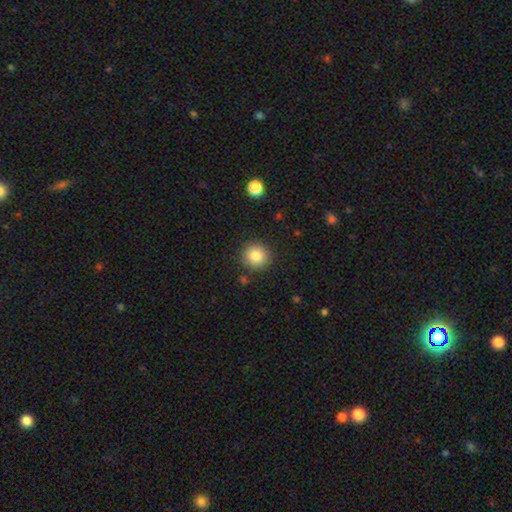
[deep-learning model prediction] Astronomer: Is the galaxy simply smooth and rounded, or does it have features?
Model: smooth — 83%.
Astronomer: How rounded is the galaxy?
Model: round — 93%.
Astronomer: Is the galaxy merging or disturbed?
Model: none — 89%.